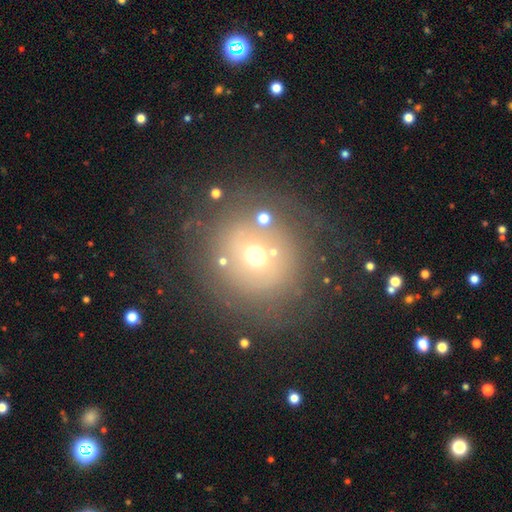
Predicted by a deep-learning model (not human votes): Smooth or featured: smooth — 48% (featured or disk — 31%)
Merging: none — 71% (minor disturbance — 13%)